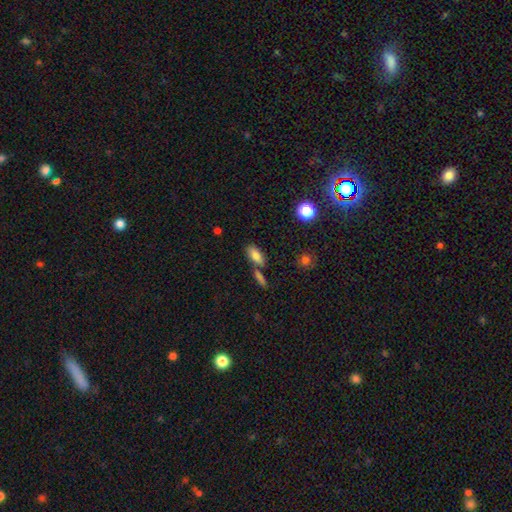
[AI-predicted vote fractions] Morphology: type=smooth (79%); roundness=in between (81%); merging=none (59%).